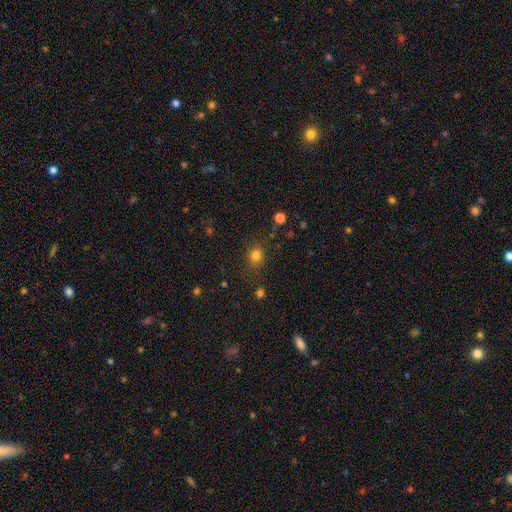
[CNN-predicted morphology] A smooth galaxy with no disk features (79%) that is round (72%). Merging: none (78%).